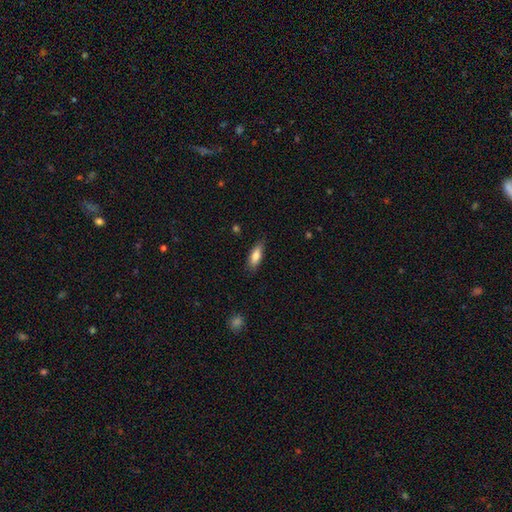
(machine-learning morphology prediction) This is likely a smooth galaxy (80%). How rounded: likely in between (65%). Merging: clearly none (80%).